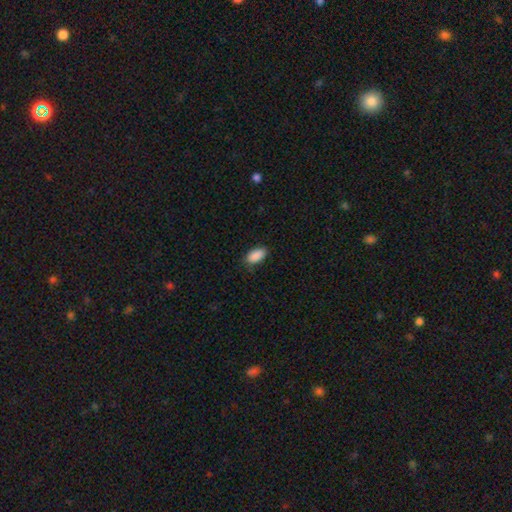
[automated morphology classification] smooth-or-featured: smooth: 90% | star or artifact: 7% | featured or disk: 3%
  how-rounded: in between: 93% | round: 4% | cigar-shaped: 3%
  merging: none: 81% | minor disturbance: 16% | major disturbance: 3% | merger: 1%